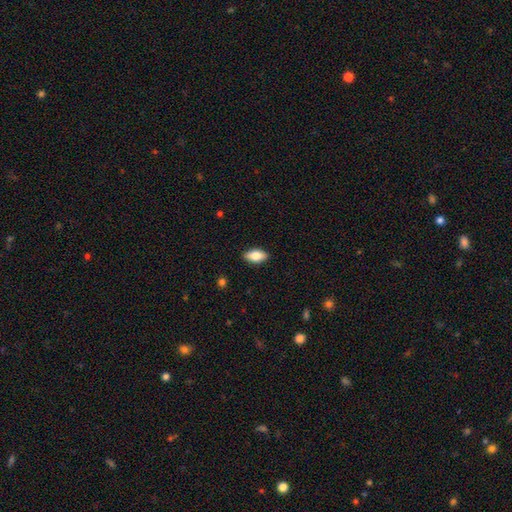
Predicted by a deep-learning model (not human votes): A smooth galaxy with no disk features (76%) that is in between round and cigar-shaped (88%).

Vote fractions:
- Smooth or featured? smooth: 76% / featured or disk: 17% / star or artifact: 7%
- How rounded? in between: 88% / cigar-shaped: 9% / round: 4%
- Merging? none: 89% / minor disturbance: 8% / major disturbance: 2% / merger: 1%